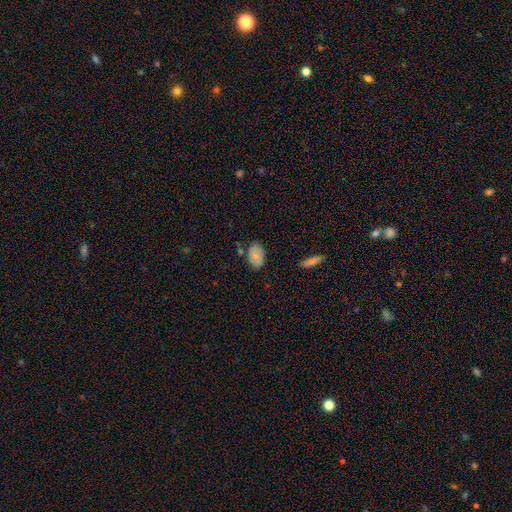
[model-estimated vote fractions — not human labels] Smooth or featured? smooth (76%)
How rounded? in between (91%)
Merging? none (75%)